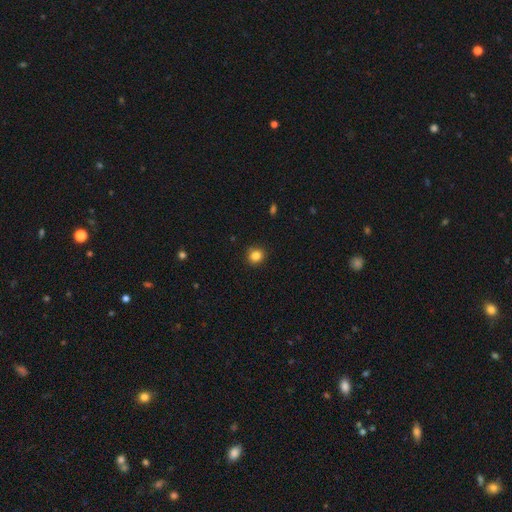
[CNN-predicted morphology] Smooth or featured? smooth (85%)
How rounded? round (88%)
Merging? none (91%)